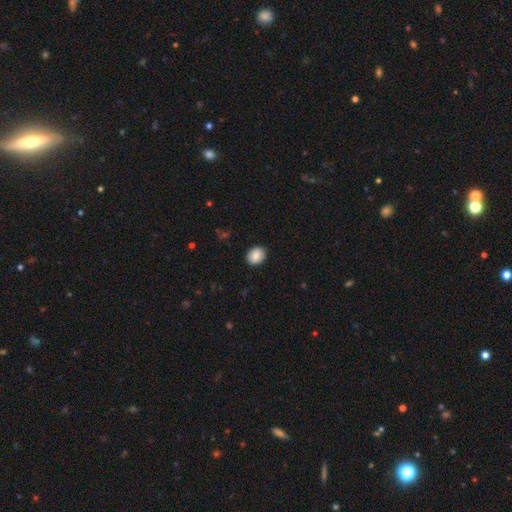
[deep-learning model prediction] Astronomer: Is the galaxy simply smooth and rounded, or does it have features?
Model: smooth — 86%.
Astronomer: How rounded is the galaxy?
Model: in between — 53% (runner-up: round, 47%).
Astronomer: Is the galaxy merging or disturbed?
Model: none — 90%.